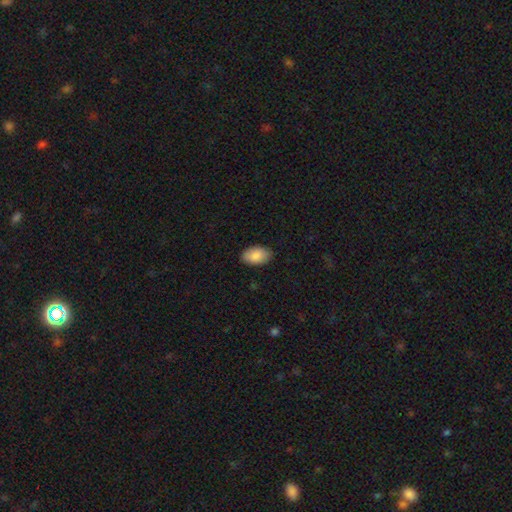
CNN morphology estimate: A smooth galaxy with no disk features (88%) that is in between round and cigar-shaped (94%).

Vote fractions:
- Smooth or featured? smooth: 88% / star or artifact: 6% / featured or disk: 6%
- How rounded? in between: 94% / round: 5% / cigar-shaped: 1%
- Merging? none: 87% / minor disturbance: 10% / major disturbance: 2% / merger: 1%